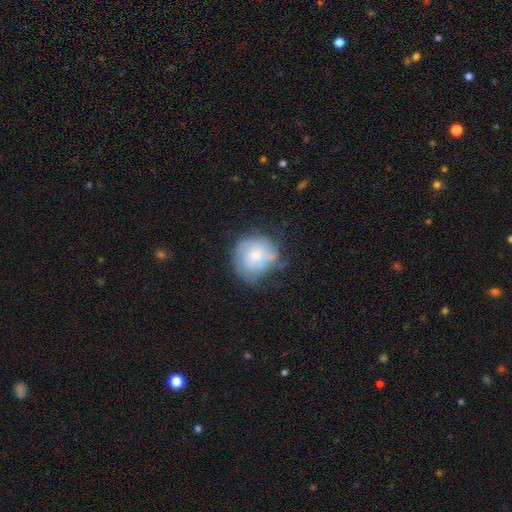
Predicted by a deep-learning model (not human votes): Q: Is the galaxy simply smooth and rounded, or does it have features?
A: featured or disk — 54%.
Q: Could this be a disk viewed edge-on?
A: no — 97%.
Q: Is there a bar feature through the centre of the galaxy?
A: no — 81%.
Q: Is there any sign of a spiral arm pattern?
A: yes — 78%.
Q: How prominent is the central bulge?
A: small — 51%.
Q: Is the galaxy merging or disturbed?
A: none — 55%.